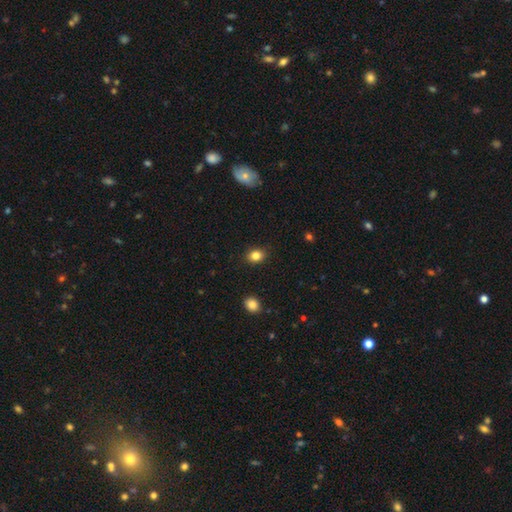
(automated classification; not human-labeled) Overall: smooth (85%). How rounded: round (52%; in between 47%). Merging: none (87%).